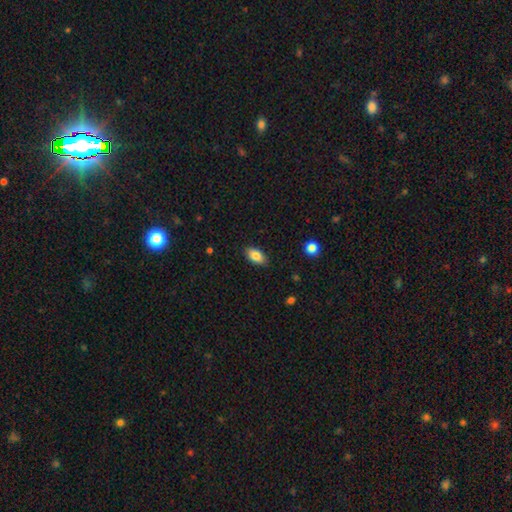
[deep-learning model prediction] Smooth or featured? smooth (84%)
How rounded? in between (92%)
Merging? none (87%)